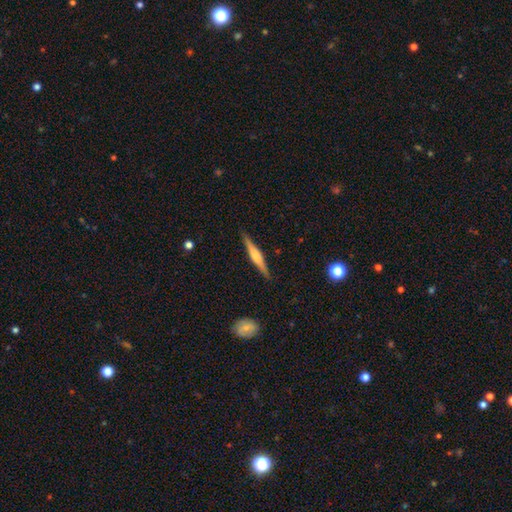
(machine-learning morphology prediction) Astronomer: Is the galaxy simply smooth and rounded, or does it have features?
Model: featured or disk — 66%.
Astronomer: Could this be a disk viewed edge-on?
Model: yes — 98%.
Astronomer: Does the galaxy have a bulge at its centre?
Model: rounded — 70%.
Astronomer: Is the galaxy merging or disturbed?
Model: none — 89%.